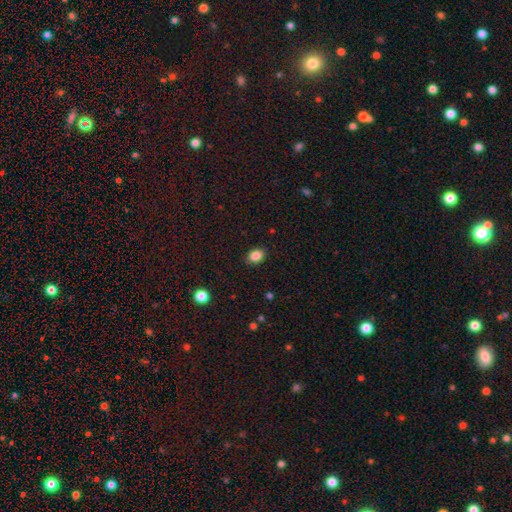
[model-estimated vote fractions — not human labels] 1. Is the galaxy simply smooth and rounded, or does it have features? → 86% smooth, 10% star or artifact, 4% featured or disk.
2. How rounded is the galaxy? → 69% in between, 30% round, 1% cigar-shaped.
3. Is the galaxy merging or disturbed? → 89% none, 8% minor disturbance, 2% major disturbance, 1% merger.